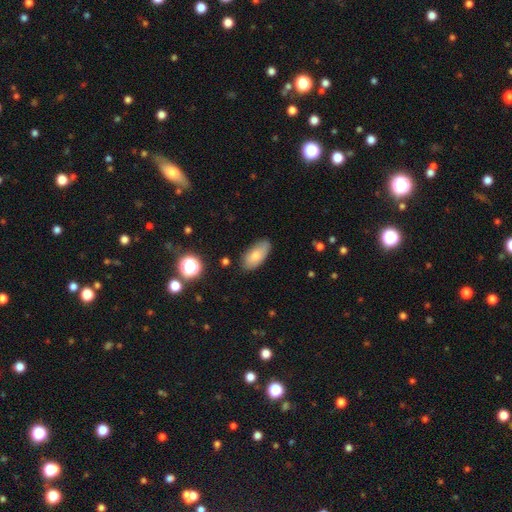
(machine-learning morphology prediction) smooth-or-featured: smooth: 75% | featured or disk: 18% | star or artifact: 8%
  how-rounded: in between: 90% | cigar-shaped: 7% | round: 3%
  merging: none: 78% | minor disturbance: 18% | major disturbance: 3% | merger: 2%